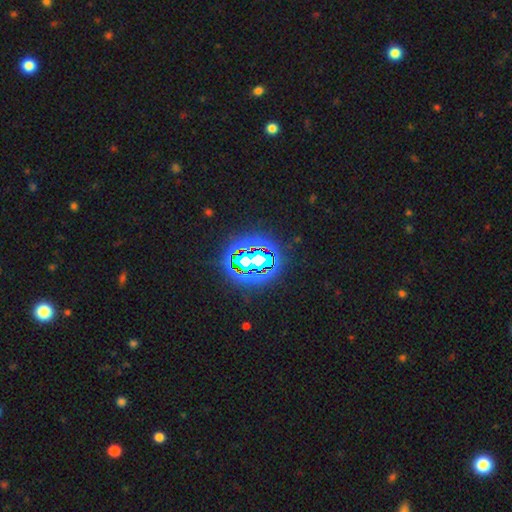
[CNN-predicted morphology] Q: Smooth or featured?
A: star or artifact (84%); runner-up: smooth (9%)